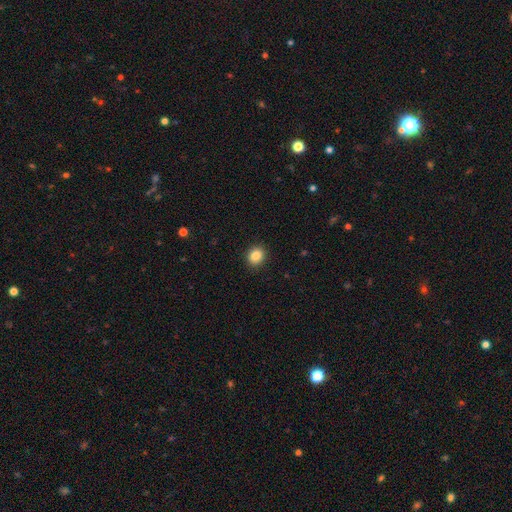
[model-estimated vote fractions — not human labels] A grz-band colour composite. It shows a smooth galaxy with no disk features (86%) that is round (71%). Merging: none (91%).